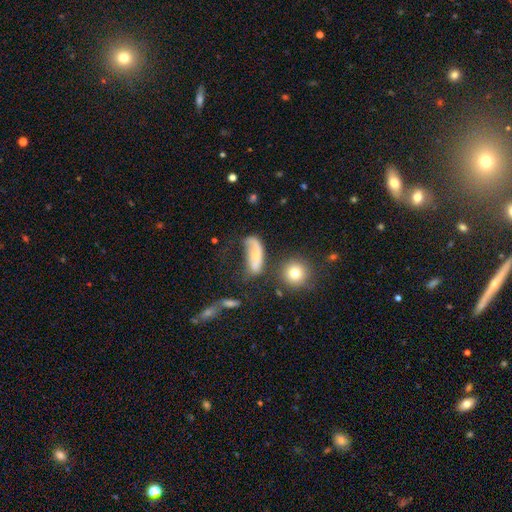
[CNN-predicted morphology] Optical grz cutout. It shows a featured or disk galaxy (47%). Merging: major disturbance (33%).